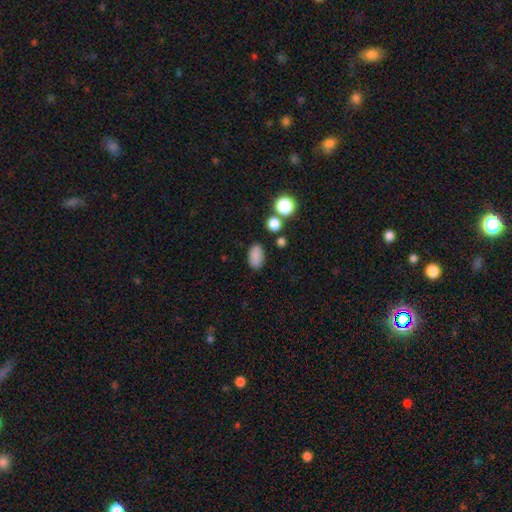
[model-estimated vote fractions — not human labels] A smooth galaxy with no disk features (84%) that is in between round and cigar-shaped (90%).

Vote fractions:
- Smooth or featured? smooth: 84% / star or artifact: 11% / featured or disk: 5%
- How rounded? in between: 90% / round: 9% / cigar-shaped: 2%
- Merging? none: 81% / minor disturbance: 12% / merger: 4% / major disturbance: 3%